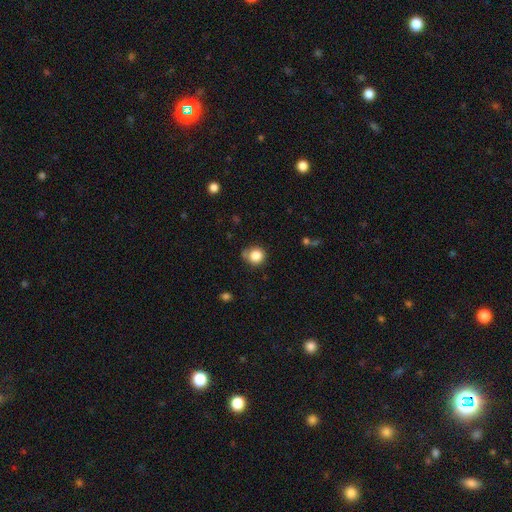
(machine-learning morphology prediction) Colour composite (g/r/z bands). It shows a smooth galaxy with no disk features (85%) that is round (89%). Merging: none (69%).